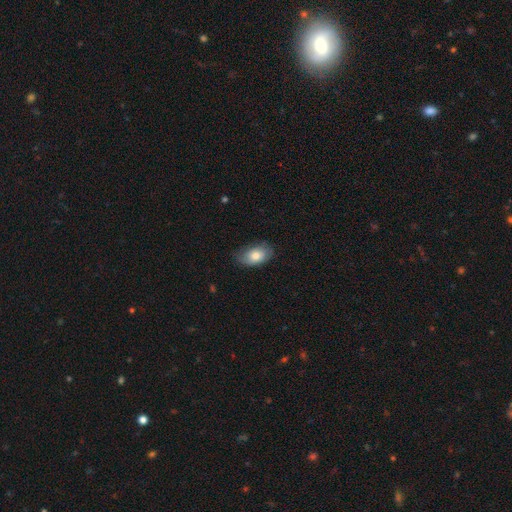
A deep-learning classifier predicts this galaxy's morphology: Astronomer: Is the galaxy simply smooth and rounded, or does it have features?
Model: smooth — 75%.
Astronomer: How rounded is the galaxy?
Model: in between — 91%.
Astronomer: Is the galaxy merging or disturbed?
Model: none — 71%.